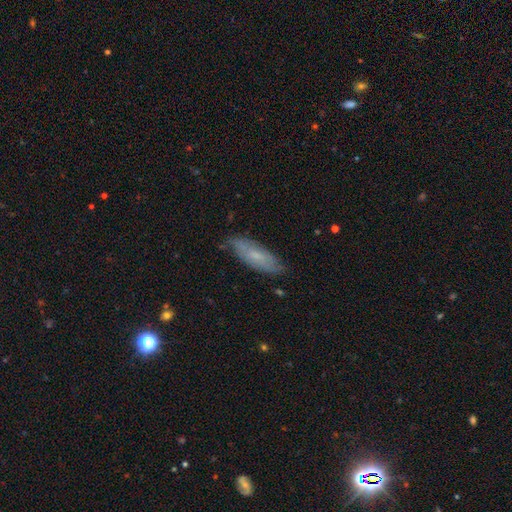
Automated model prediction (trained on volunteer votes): Smooth or featured? smooth (55%)
How rounded? in between (51%)
Merging? none (76%)